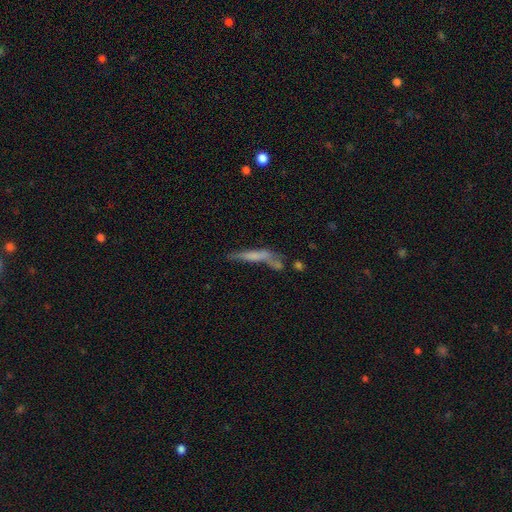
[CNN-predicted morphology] A smooth galaxy with no disk features (49%).

Vote fractions:
- Smooth or featured? smooth: 49% / featured or disk: 40% / star or artifact: 11%
- Merging? none: 41% / merger: 24% / minor disturbance: 19% / major disturbance: 16%